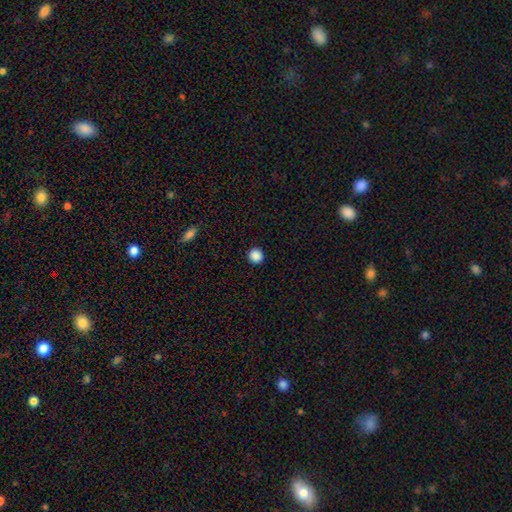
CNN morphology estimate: Overall: smooth (88%). How rounded: round (94%). Merging: none (93%).